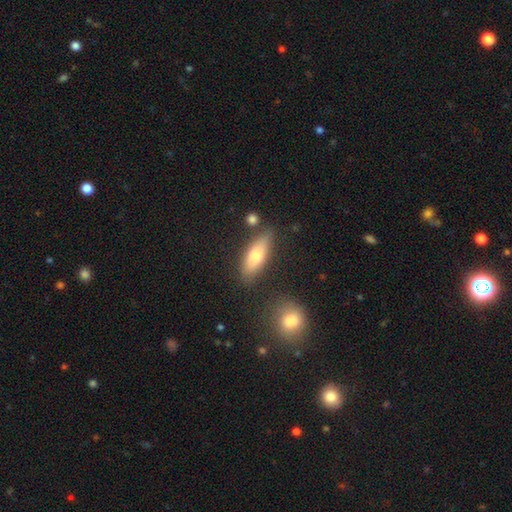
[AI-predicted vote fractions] smooth 73%, featured or disk 20%, star or artifact 7%. Down the decision tree: how rounded — in between (61%); merging — none (77%).